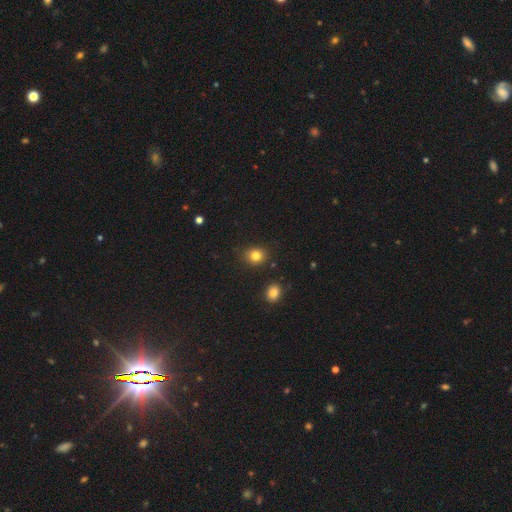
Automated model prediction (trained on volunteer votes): Smooth or featured? Predicted: smooth (p=0.82). How rounded? Predicted: round (p=0.69). Merging? Predicted: none (p=0.84).